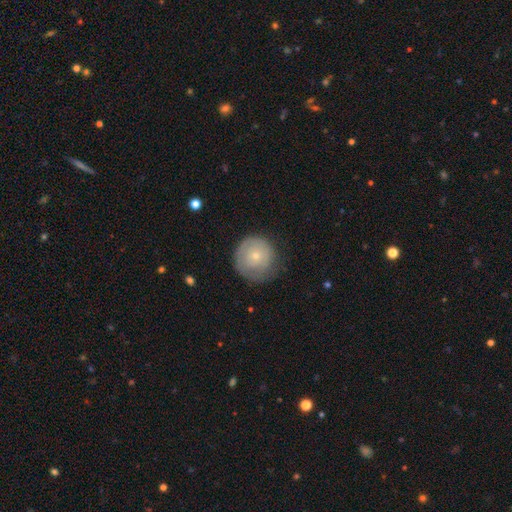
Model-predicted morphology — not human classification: smooth-or-featured: smooth: 59% | featured or disk: 35% | star or artifact: 6%
  how-rounded: round: 93% | in between: 6% | cigar-shaped: 1%
  merging: none: 65% | minor disturbance: 24% | major disturbance: 9% | merger: 1%